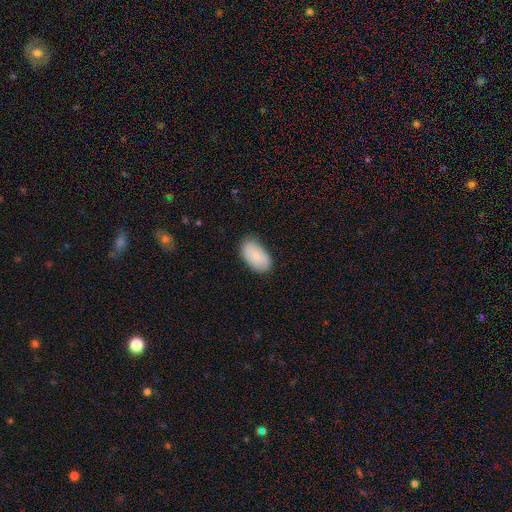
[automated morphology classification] The model was most divided on "smooth or featured": smooth: 77%, featured or disk: 17%, star or artifact: 6%. More confident: how rounded — in between (95%); merging — none (79%).